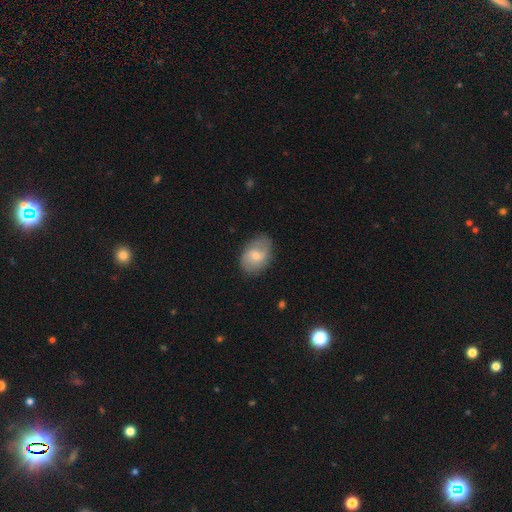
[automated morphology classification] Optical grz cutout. It shows a smooth galaxy with no disk features (50%) that is in between round and cigar-shaped (77%). Merging: none (76%).